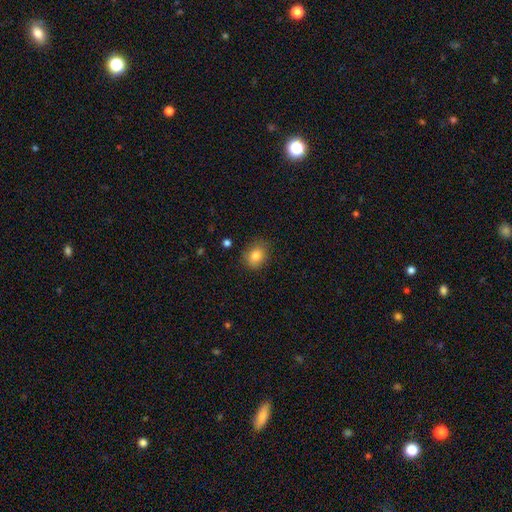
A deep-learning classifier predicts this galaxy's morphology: Smooth or featured? smooth (82%)
How rounded? round (55%)
Merging? none (83%)